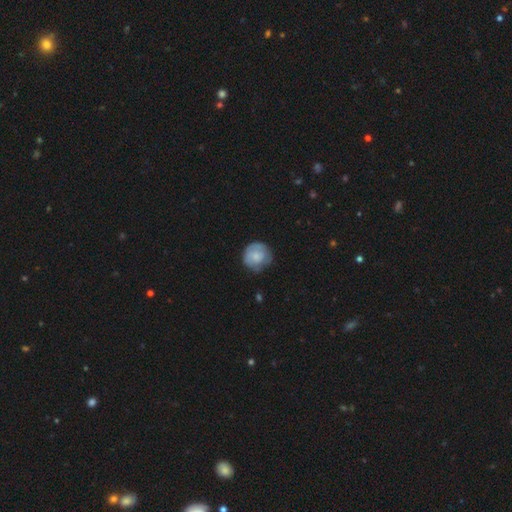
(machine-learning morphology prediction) Smooth or featured: smooth — 63% (featured or disk — 30%)
How rounded: round — 87% (in between — 12%)
Merging: none — 66% (minor disturbance — 24%)